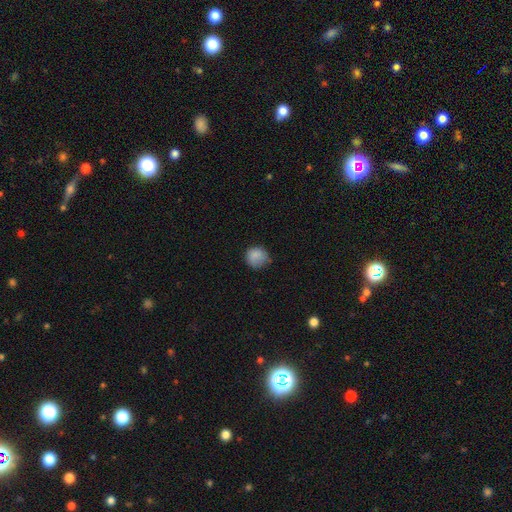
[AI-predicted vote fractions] A smooth galaxy with no disk features (84%) that is round (85%). Merging: none (64%).